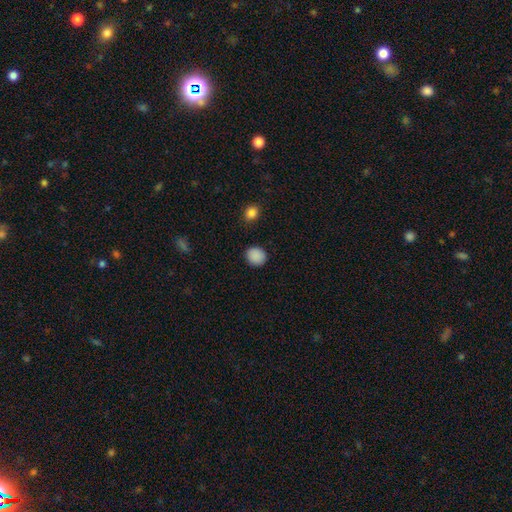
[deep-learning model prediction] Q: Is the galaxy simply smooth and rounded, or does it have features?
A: smooth — 89%.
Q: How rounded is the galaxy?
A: round — 80%.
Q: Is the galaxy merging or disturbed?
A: none — 89%.